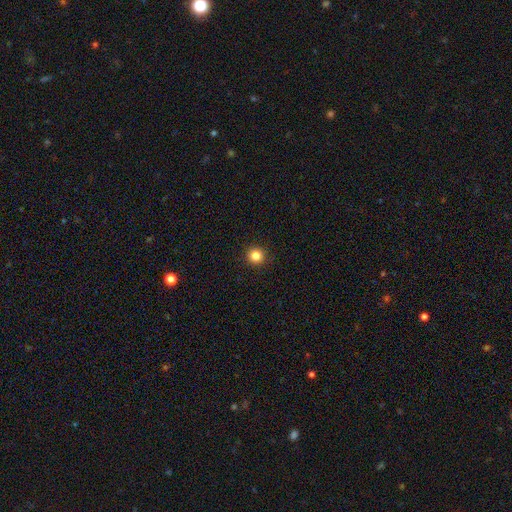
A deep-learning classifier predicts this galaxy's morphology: The model was most divided on "smooth or featured": smooth: 84%, star or artifact: 12%, featured or disk: 4%. More confident: how rounded — round (95%); merging — none (93%).